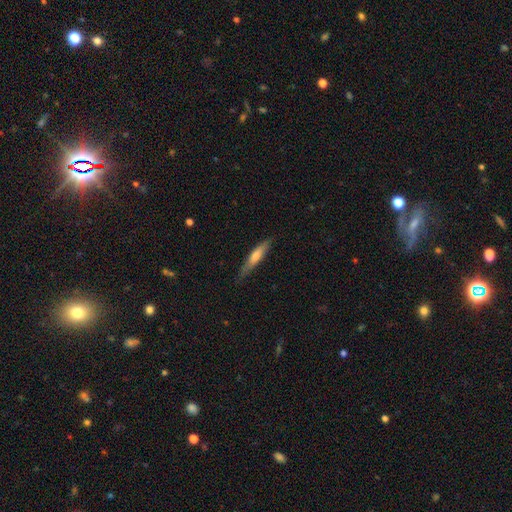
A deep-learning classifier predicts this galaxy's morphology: The model was most divided on "smooth or featured": smooth: 58%, featured or disk: 37%, star or artifact: 5%. More confident: how rounded — cigar-shaped (87%); merging — none (78%).